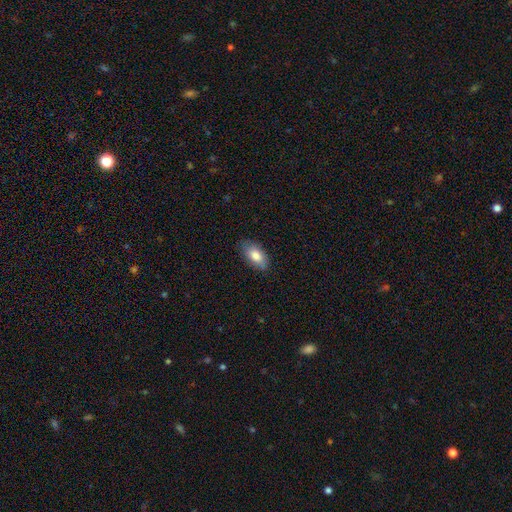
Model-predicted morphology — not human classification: This is clearly a smooth galaxy (81%). How rounded: clearly in between (92%). Merging: likely none (79%).